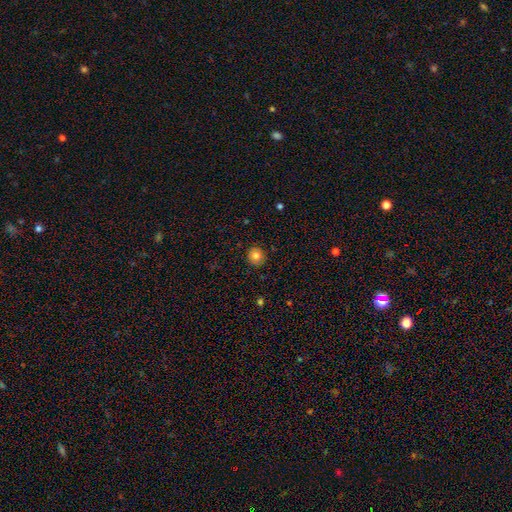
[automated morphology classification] Q: Smooth or featured?
A: smooth (80%); runner-up: star or artifact (10%)
Q: How rounded?
A: round (92%); runner-up: in between (7%)
Q: Merging?
A: none (90%); runner-up: minor disturbance (7%)